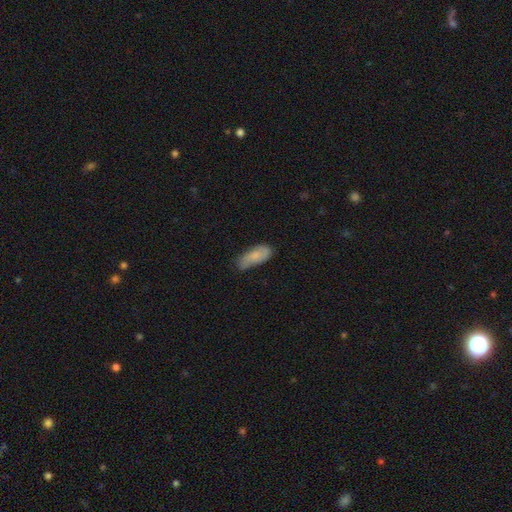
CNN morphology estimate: Smooth or featured? smooth (75%)
How rounded? in between (80%)
Merging? none (57%)